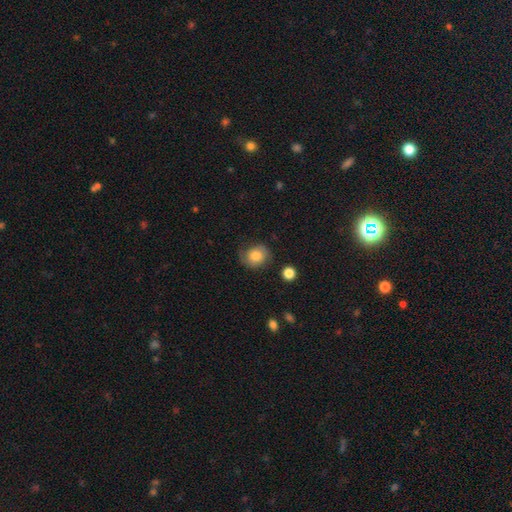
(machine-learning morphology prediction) smooth 67%, featured or disk 24%, star or artifact 9%. Down the decision tree: how rounded — round (66%); merging — none (64%).